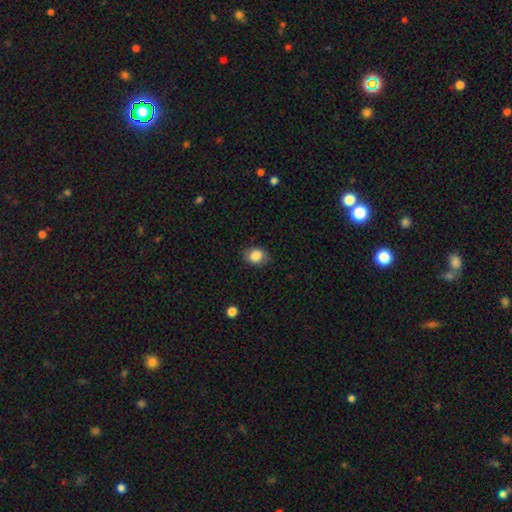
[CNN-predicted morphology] Q: Smooth or featured?
A: smooth (85%); runner-up: star or artifact (9%)
Q: How rounded?
A: round (54%); runner-up: in between (45%)
Q: Merging?
A: none (81%); runner-up: minor disturbance (14%)